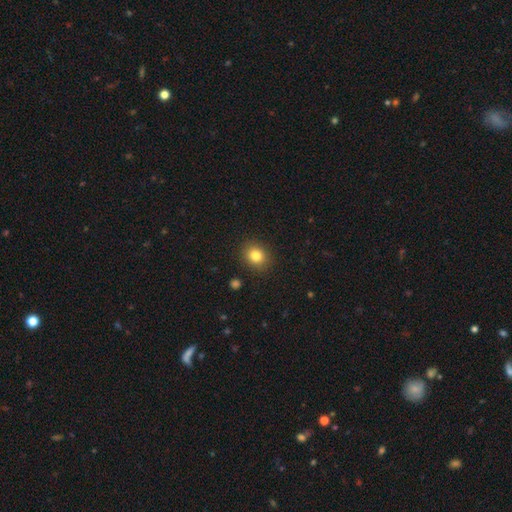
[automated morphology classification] The model was most divided on "how rounded": round: 67%, in between: 32%, cigar-shaped: 1%. More confident: merging — none (89%); smooth or featured — smooth (82%).